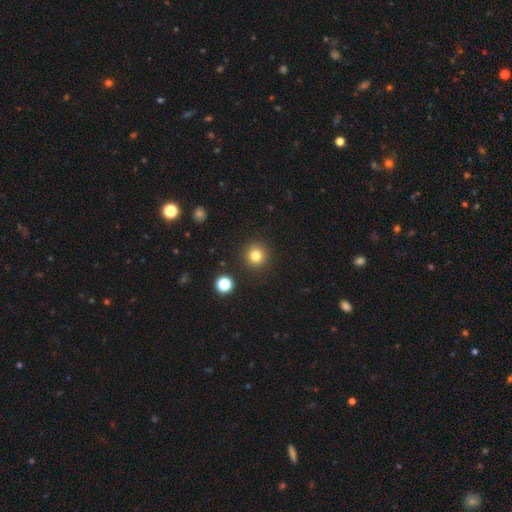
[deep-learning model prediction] A smooth galaxy with no disk features (81%) that is round (94%).

Vote fractions:
- Smooth or featured? smooth: 81% / star or artifact: 13% / featured or disk: 6%
- How rounded? round: 94% / in between: 5% / cigar-shaped: 1%
- Merging? none: 90% / minor disturbance: 6% / major disturbance: 2% / merger: 2%